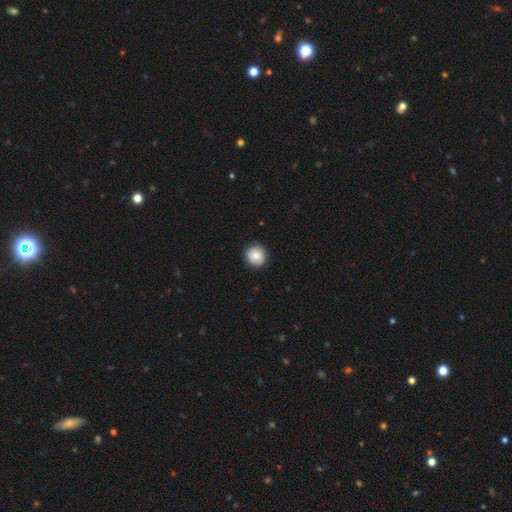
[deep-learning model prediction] Overall: smooth (86%). How rounded: round (93%). Merging: none (90%).